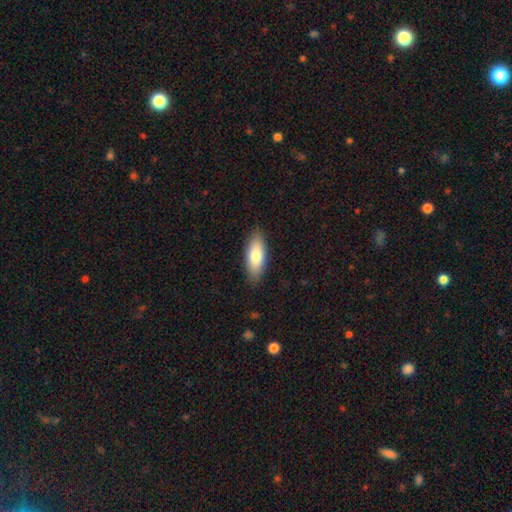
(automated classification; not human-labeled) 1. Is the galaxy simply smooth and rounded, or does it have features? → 78% smooth, 16% featured or disk, 6% star or artifact.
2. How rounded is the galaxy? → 77% in between, 21% cigar-shaped, 2% round.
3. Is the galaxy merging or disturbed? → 87% none, 10% minor disturbance, 2% major disturbance, 1% merger.